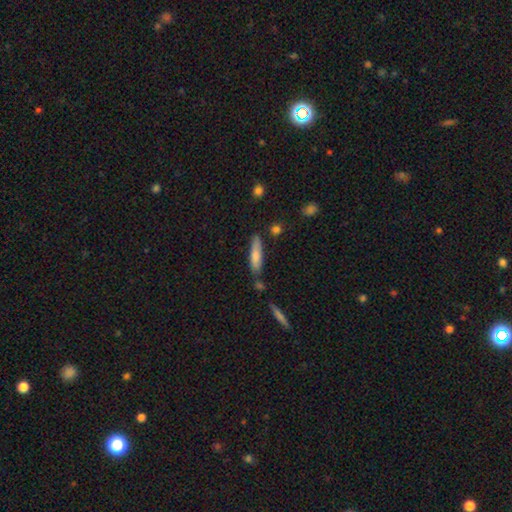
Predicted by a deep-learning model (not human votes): Smooth or featured?
  - smooth: 77% *
  - featured or disk: 17%
  - star or artifact: 6%
How rounded?
  - cigar-shaped: 74% *
  - in between: 25%
  - round: 2%
Merging?
  - none: 72% *
  - minor disturbance: 17%
  - merger: 7%
  - major disturbance: 4%